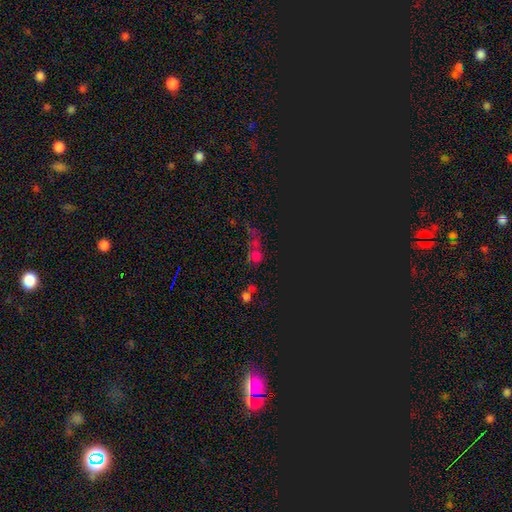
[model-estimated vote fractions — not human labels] Morphology: type=star or artifact (62%).